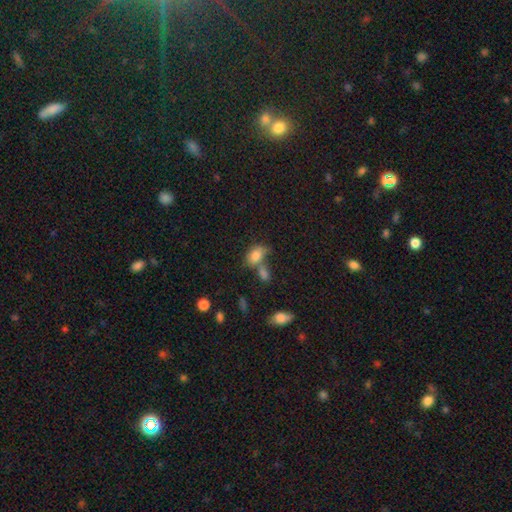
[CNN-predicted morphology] smooth_or_featured: smooth (p=0.80) [alt: featured or disk p=0.10]
how_rounded: in between (p=0.83) [alt: round p=0.14]
merging: none (p=0.40) [alt: merger p=0.37]